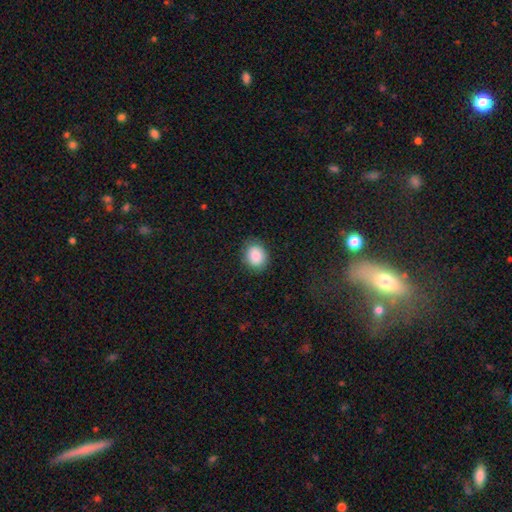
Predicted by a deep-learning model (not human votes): smooth_or_featured: smooth (p=0.87) [alt: star or artifact p=0.08]
how_rounded: round (p=0.62) [alt: in between p=0.37]
merging: none (p=0.83) [alt: minor disturbance p=0.12]